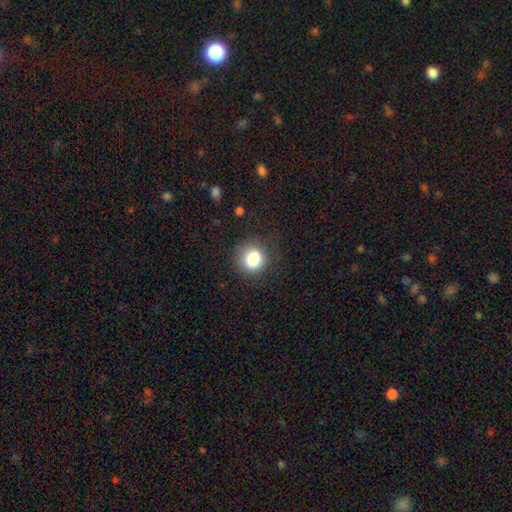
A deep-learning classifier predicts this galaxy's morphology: This is clearly a smooth galaxy (83%). How rounded: clearly round (82%). Merging: likely none (79%).